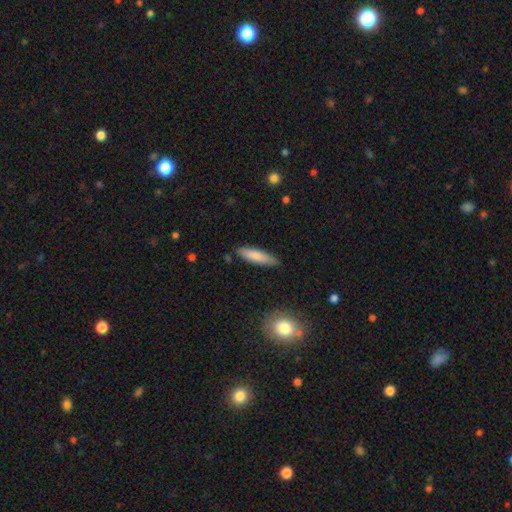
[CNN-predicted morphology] A smooth galaxy with no disk features (81%) that is cigar-shaped (73%).

Vote fractions:
- Smooth or featured? smooth: 81% / featured or disk: 13% / star or artifact: 6%
- How rounded? cigar-shaped: 73% / in between: 26% / round: 1%
- Merging? none: 84% / minor disturbance: 12% / major disturbance: 2% / merger: 2%